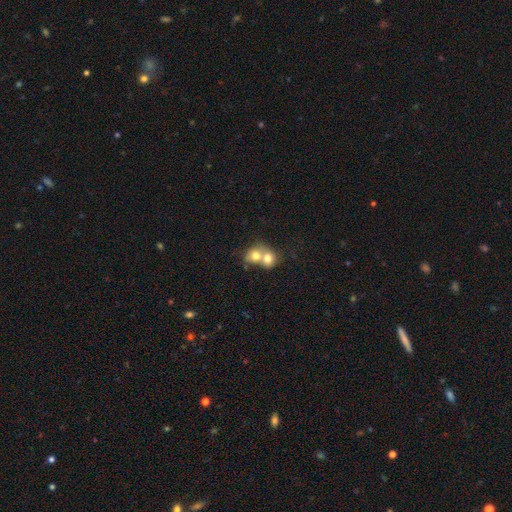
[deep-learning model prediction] Morphology: type=smooth (72%); roundness=round (64%); merging=merger (76%).